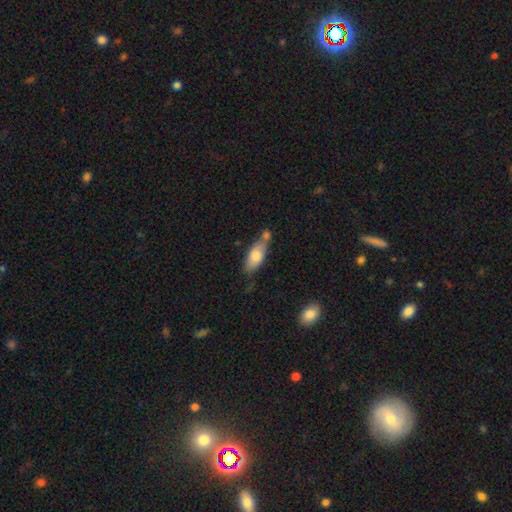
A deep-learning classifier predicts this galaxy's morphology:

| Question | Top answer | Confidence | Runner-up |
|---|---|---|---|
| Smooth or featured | smooth | 75% | featured or disk (19%) |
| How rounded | in between | 76% | cigar-shaped (21%) |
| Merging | none | 45% | merger (28%) |